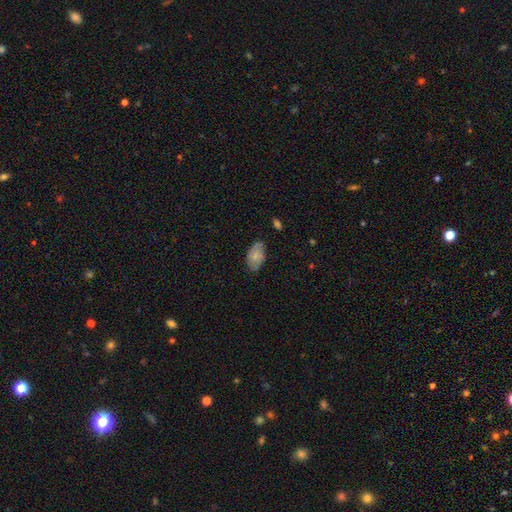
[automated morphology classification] Q: Smooth or featured?
A: smooth (60%); runner-up: featured or disk (33%)
Q: How rounded?
A: in between (92%); runner-up: round (6%)
Q: Merging?
A: none (66%); runner-up: minor disturbance (27%)